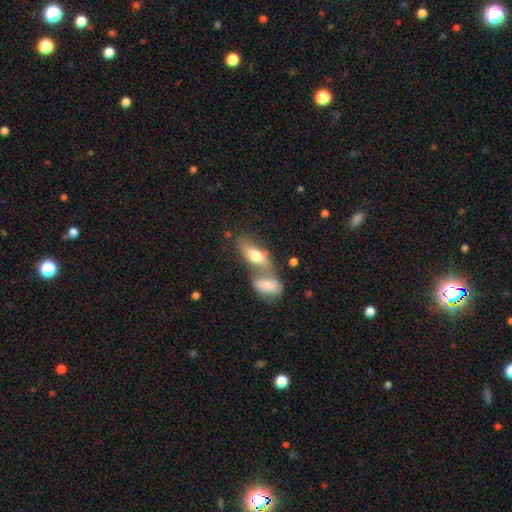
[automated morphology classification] smooth 66%, featured or disk 27%, star or artifact 7%. Down the decision tree: how rounded — in between (79%); merging — merger (57%).